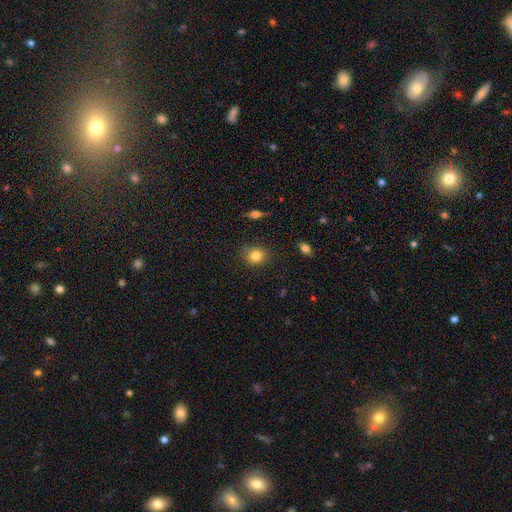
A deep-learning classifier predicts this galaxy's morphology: This is clearly a smooth galaxy (83%). How rounded: likely round (73%). Merging: likely none (79%).